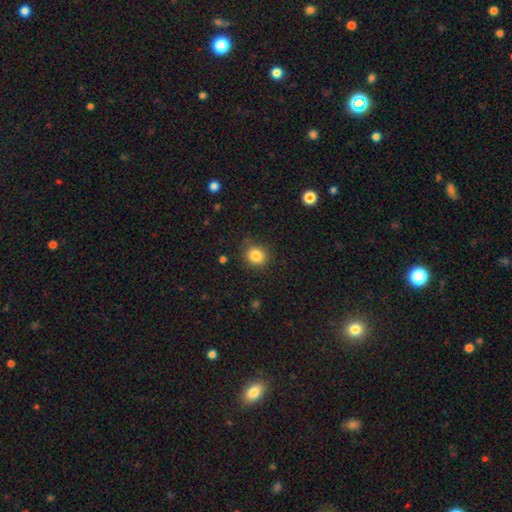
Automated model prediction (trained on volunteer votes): Smooth or featured? Predicted: smooth (p=0.84). How rounded? Predicted: round (p=0.84). Merging? Predicted: none (p=0.85).